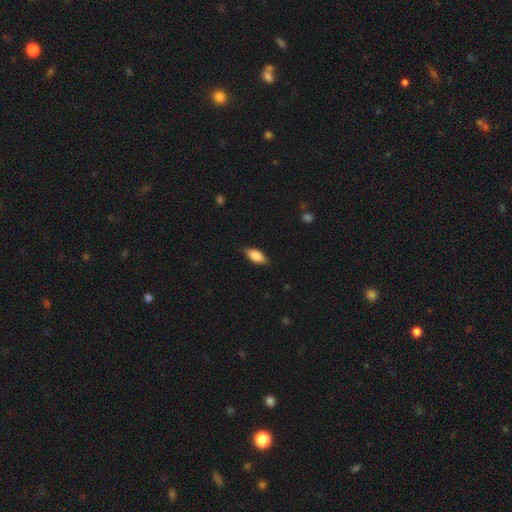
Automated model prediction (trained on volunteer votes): Q: Smooth or featured?
A: smooth (81%); runner-up: featured or disk (13%)
Q: How rounded?
A: in between (80%); runner-up: cigar-shaped (18%)
Q: Merging?
A: none (84%); runner-up: minor disturbance (12%)